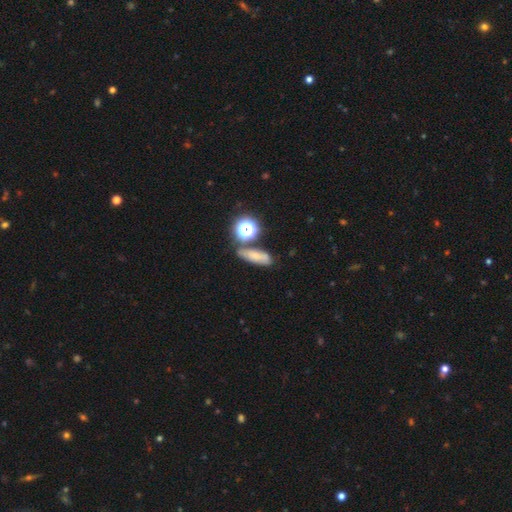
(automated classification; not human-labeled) The model was most divided on "how rounded": in between: 52%, cigar-shaped: 25%, round: 23%. More confident: merging — none (63%); smooth or featured — smooth (60%).